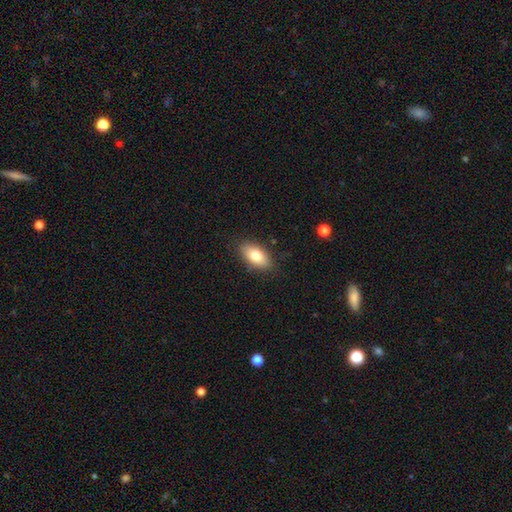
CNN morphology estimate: This is likely a smooth galaxy (79%). How rounded: clearly in between (90%). Merging: clearly none (85%).